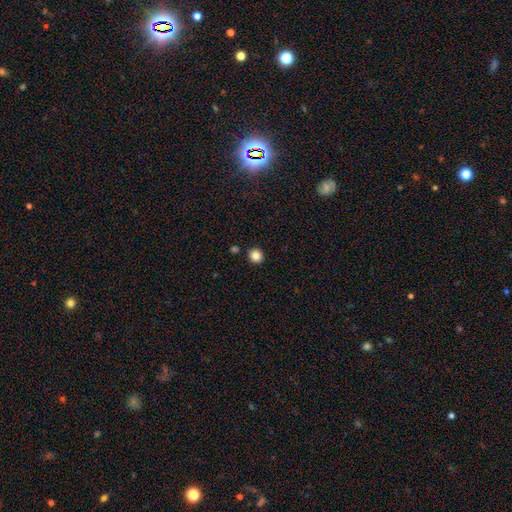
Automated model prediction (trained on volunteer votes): smooth 84%, star or artifact 11%, featured or disk 5%. Down the decision tree: how rounded — round (84%); merging — none (88%).